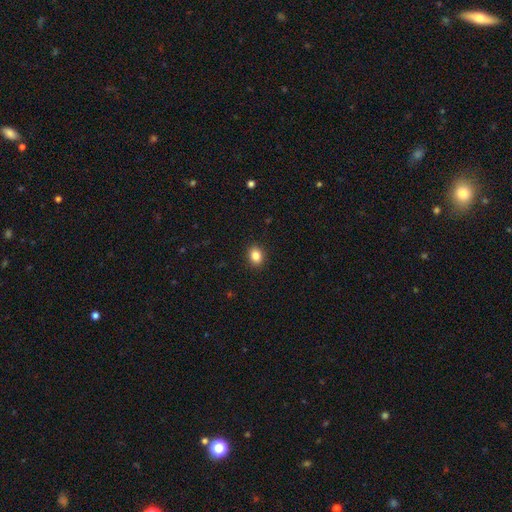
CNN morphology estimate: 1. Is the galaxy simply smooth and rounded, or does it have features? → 85% smooth, 10% star or artifact, 5% featured or disk.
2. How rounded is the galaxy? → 55% in between, 44% round, 1% cigar-shaped.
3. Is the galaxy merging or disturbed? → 90% none, 7% minor disturbance, 2% major disturbance, 1% merger.